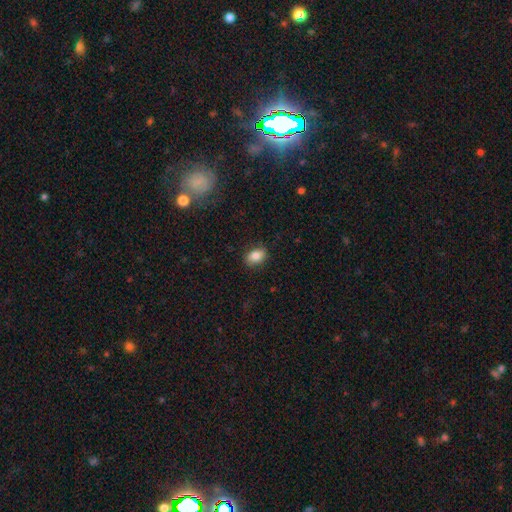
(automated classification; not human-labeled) smooth-or-featured: smooth: 82% | featured or disk: 9% | star or artifact: 9%
  how-rounded: in between: 80% | round: 19% | cigar-shaped: 2%
  merging: none: 85% | minor disturbance: 11% | major disturbance: 3% | merger: 1%